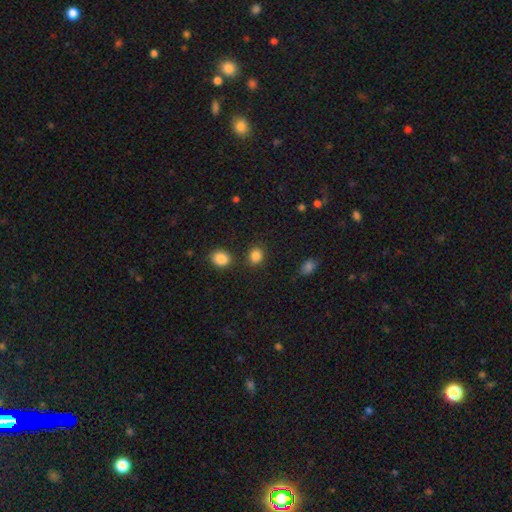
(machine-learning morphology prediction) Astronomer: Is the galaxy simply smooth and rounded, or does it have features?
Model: smooth — 85%.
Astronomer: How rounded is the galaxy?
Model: round — 69%.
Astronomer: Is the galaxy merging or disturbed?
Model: none — 80%.